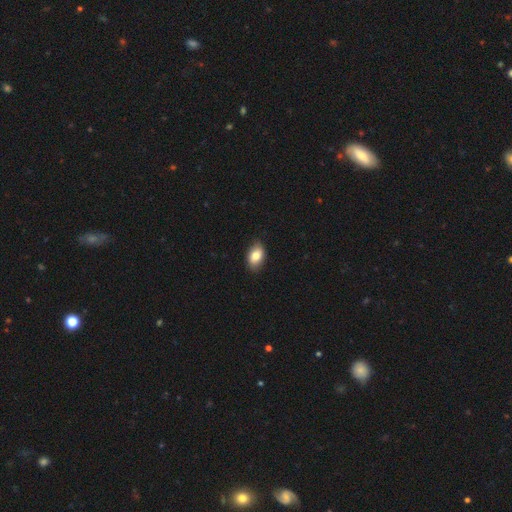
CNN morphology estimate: A smooth galaxy with no disk features (81%) that is in between round and cigar-shaped (89%).

Vote fractions:
- Smooth or featured? smooth: 81% / featured or disk: 12% / star or artifact: 7%
- How rounded? in between: 89% / round: 9% / cigar-shaped: 2%
- Merging? none: 86% / minor disturbance: 11% / major disturbance: 2% / merger: 1%